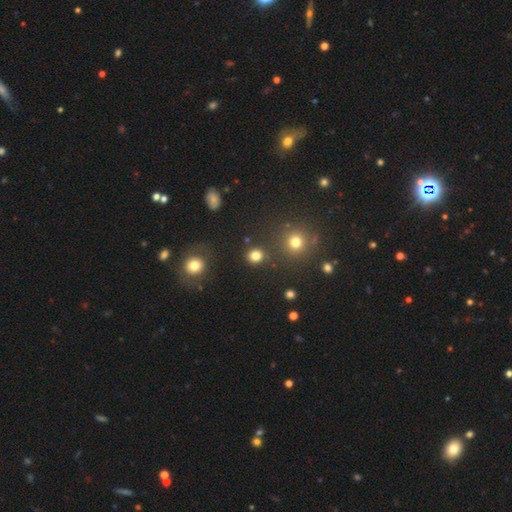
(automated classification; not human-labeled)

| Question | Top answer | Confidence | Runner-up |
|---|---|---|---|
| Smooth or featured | smooth | 81% | star or artifact (15%) |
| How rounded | round | 86% | in between (13%) |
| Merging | none | 87% | minor disturbance (7%) |